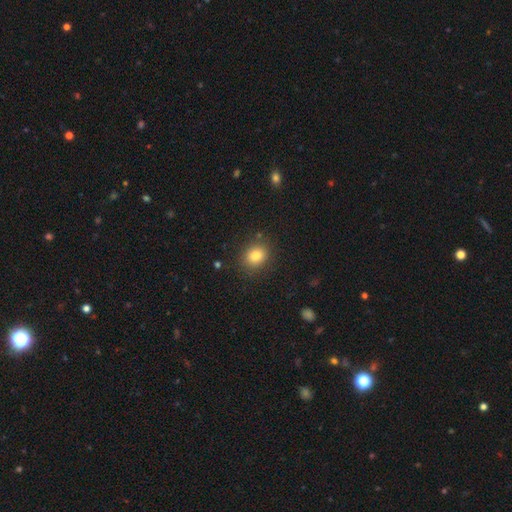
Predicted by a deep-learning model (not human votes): Smooth or featured? smooth (81%)
How rounded? round (64%)
Merging? none (86%)